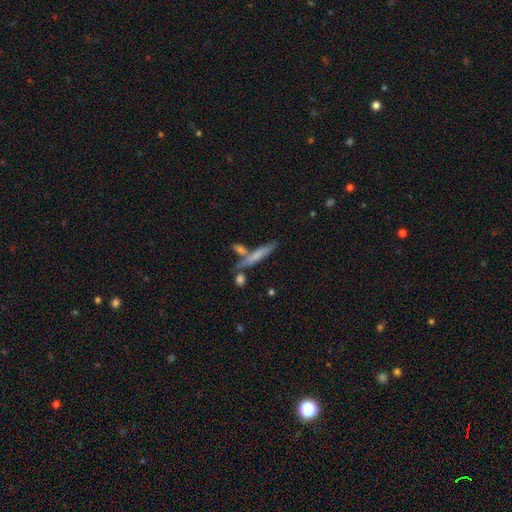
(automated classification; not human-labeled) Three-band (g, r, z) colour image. It shows a smooth galaxy with no disk features (60%) that is cigar-shaped (88%). Merging: none (62%).